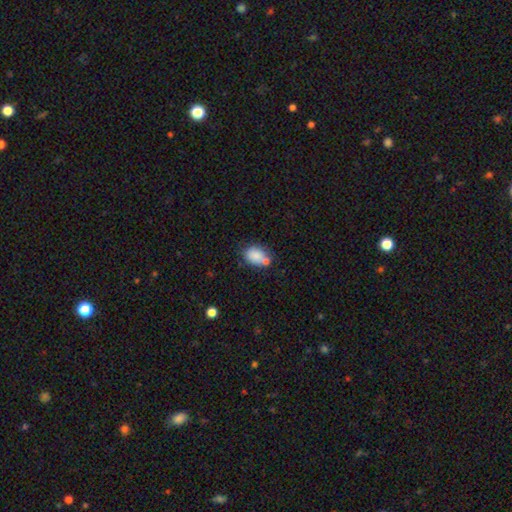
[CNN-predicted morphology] Q: Smooth or featured?
A: smooth (83%); runner-up: star or artifact (9%)
Q: How rounded?
A: in between (70%); runner-up: round (28%)
Q: Merging?
A: none (53%); runner-up: merger (23%)